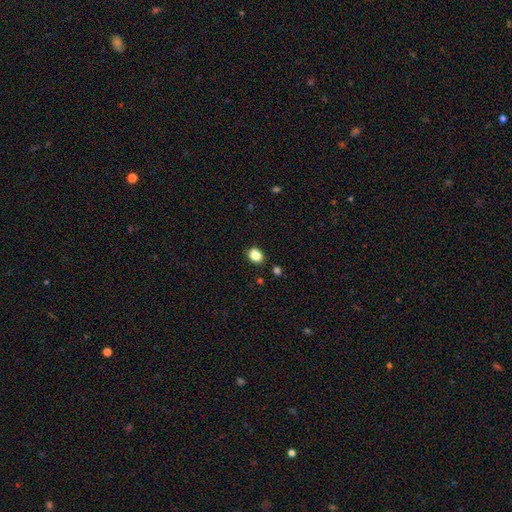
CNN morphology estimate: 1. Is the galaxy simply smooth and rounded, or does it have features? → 86% smooth, 10% star or artifact, 5% featured or disk.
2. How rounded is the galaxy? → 59% in between, 40% round, 1% cigar-shaped.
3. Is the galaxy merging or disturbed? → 83% none, 11% minor disturbance, 3% merger, 2% major disturbance.